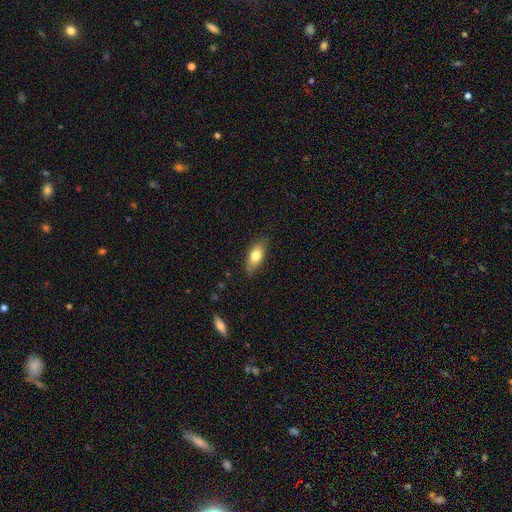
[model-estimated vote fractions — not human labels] A smooth galaxy with no disk features (77%) that is in between round and cigar-shaped (82%).

Vote fractions:
- Smooth or featured? smooth: 77% / featured or disk: 17% / star or artifact: 7%
- How rounded? in between: 82% / cigar-shaped: 14% / round: 4%
- Merging? none: 81% / minor disturbance: 15% / major disturbance: 3% / merger: 1%